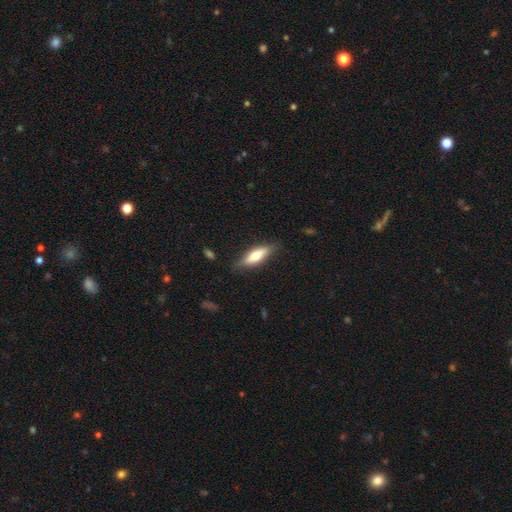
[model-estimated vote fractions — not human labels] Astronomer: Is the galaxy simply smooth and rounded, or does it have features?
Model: smooth — 61%.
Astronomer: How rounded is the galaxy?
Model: cigar-shaped — 51% (runner-up: in between, 47%).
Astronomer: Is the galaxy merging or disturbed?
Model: none — 79%.